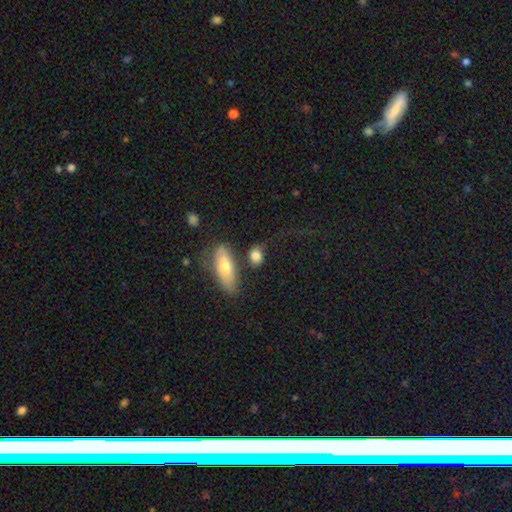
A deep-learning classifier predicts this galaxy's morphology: Smooth or featured?
  - smooth: 80% *
  - featured or disk: 12%
  - star or artifact: 9%
How rounded?
  - in between: 51% *
  - round: 42%
  - cigar-shaped: 7%
Merging?
  - none: 55% *
  - minor disturbance: 19%
  - merger: 15%
  - major disturbance: 11%